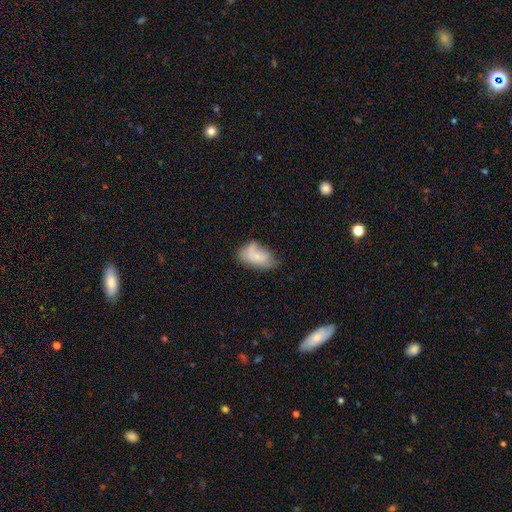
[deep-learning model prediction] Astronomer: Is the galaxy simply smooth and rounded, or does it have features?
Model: smooth — 69%.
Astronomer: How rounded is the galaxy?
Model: in between — 92%.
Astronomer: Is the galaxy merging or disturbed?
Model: none — 45% (runner-up: minor disturbance, 36%).